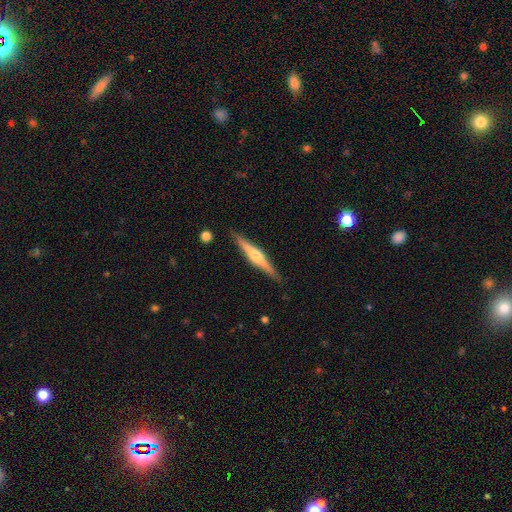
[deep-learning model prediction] featured or disk 74%, smooth 20%, star or artifact 5%. Down the decision tree: edge-on disk — yes (98%); edge-on bulge — rounded (90%); merging — none (90%).